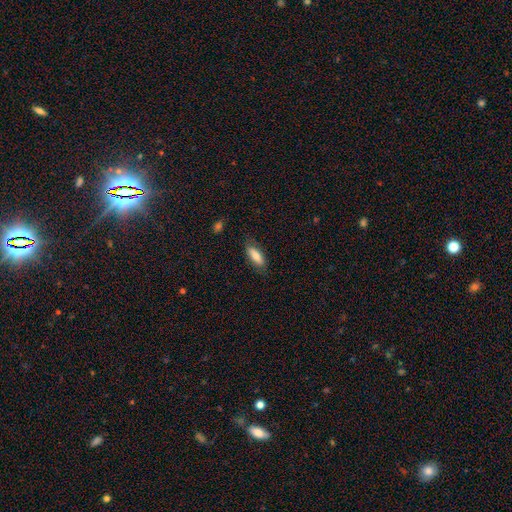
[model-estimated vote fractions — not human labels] Smooth or featured?
  - smooth: 75% *
  - featured or disk: 18%
  - star or artifact: 7%
How rounded?
  - in between: 67% *
  - cigar-shaped: 31%
  - round: 2%
Merging?
  - none: 79% *
  - minor disturbance: 16%
  - major disturbance: 4%
  - merger: 1%